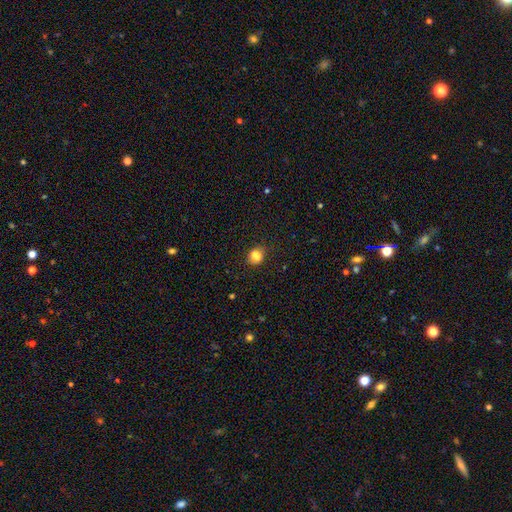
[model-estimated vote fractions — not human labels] smooth_or_featured: smooth (p=0.78) [alt: star or artifact p=0.12]
how_rounded: round (p=0.56) [alt: in between p=0.43]
merging: none (p=0.69) [alt: minor disturbance p=0.20]